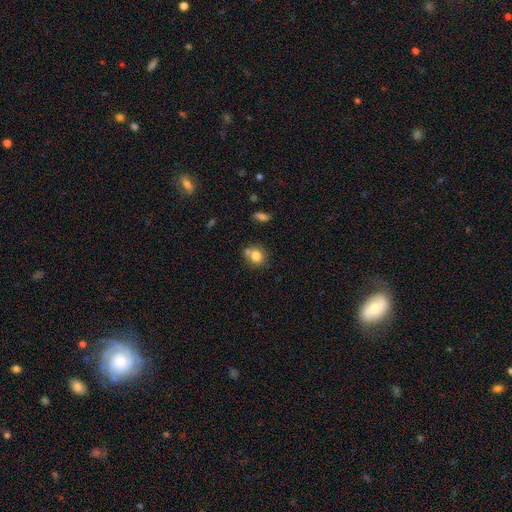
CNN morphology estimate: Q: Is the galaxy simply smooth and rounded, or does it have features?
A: smooth — 79%.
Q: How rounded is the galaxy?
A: round — 77%.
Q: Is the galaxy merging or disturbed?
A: none — 59%.